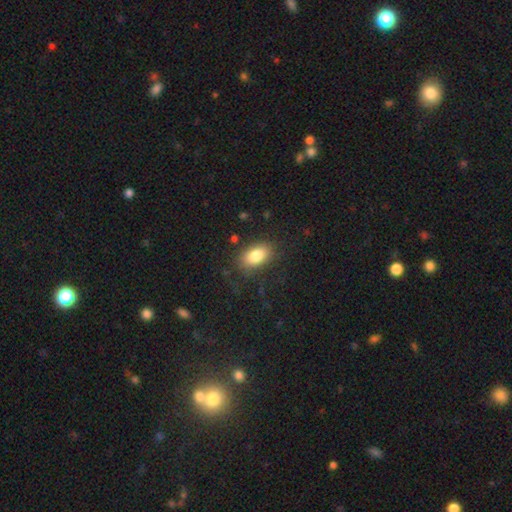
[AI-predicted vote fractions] A smooth galaxy with no disk features (82%) that is in between round and cigar-shaped (89%).

Vote fractions:
- Smooth or featured? smooth: 82% / featured or disk: 10% / star or artifact: 8%
- How rounded? in between: 89% / round: 8% / cigar-shaped: 2%
- Merging? none: 81% / minor disturbance: 13% / major disturbance: 5% / merger: 1%